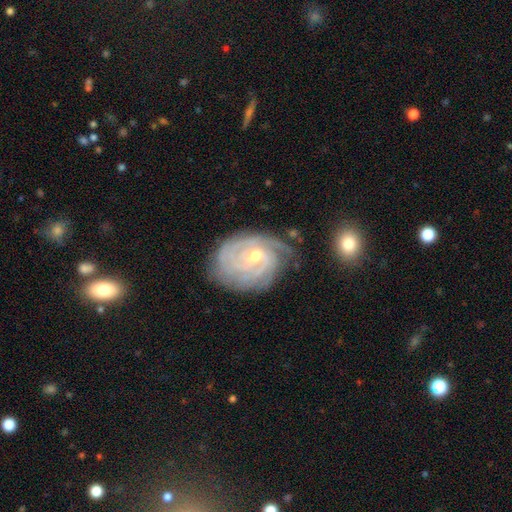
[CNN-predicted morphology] Smooth or featured? featured or disk (87%)
Edge-on disk? no (97%)
Bar? no (58%)
Spiral arms? yes (97%)
Spiral winding? tight (77%)
Spiral arm count? can't tell (28%)
Bulge size? moderate (65%)
Merging? none (66%)